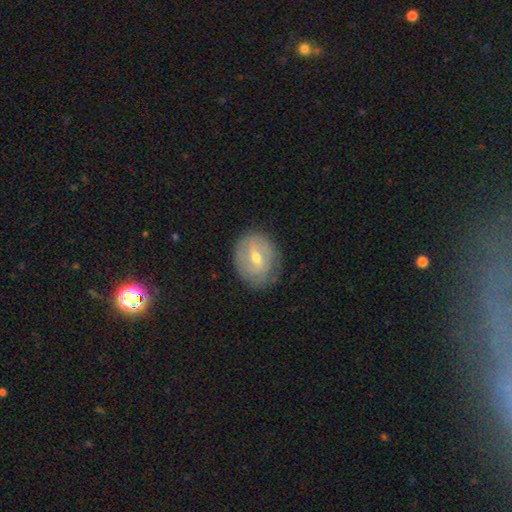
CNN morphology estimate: Smooth or featured? Predicted: featured or disk (p=0.61). Edge-on disk? Predicted: no (p=0.95). Bar? Predicted: weak (p=0.51). Spiral arms? Predicted: yes (p=0.58). Bulge size? Predicted: moderate (p=0.60). Merging? Predicted: none (p=0.76).